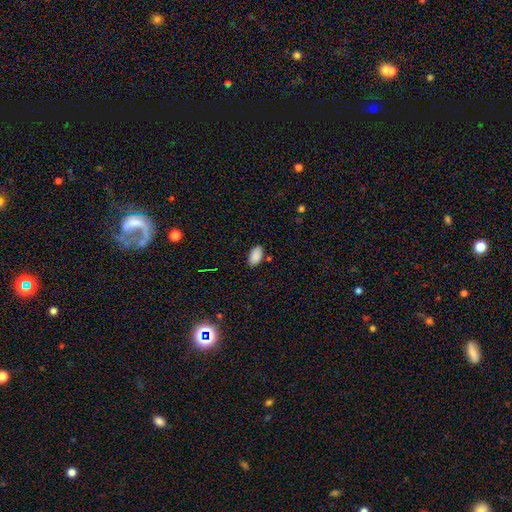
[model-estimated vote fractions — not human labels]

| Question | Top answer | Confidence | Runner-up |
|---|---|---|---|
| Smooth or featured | smooth | 88% | star or artifact (8%) |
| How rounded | in between | 94% | round (4%) |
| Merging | none | 82% | minor disturbance (13%) |